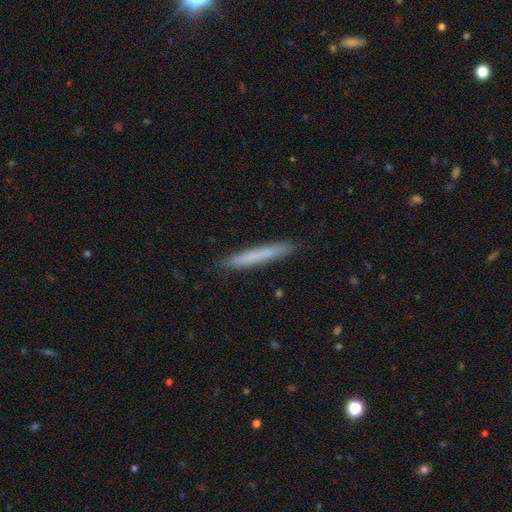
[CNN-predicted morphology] smooth-or-featured: smooth: 68% | featured or disk: 26% | star or artifact: 6%
  how-rounded: cigar-shaped: 97% | in between: 2% | round: 1%
  merging: none: 90% | minor disturbance: 7% | major disturbance: 1% | merger: 1%